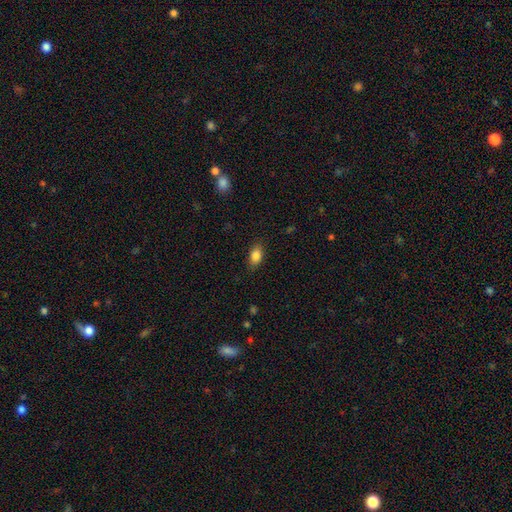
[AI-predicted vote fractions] Q: Smooth or featured?
A: smooth (86%); runner-up: star or artifact (8%)
Q: How rounded?
A: in between (88%); runner-up: round (9%)
Q: Merging?
A: none (85%); runner-up: minor disturbance (11%)